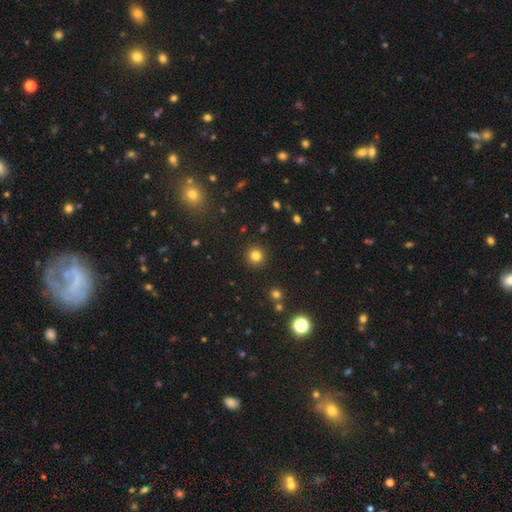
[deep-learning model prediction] A smooth galaxy with no disk features (81%) that is round (94%). Merging: none (91%).